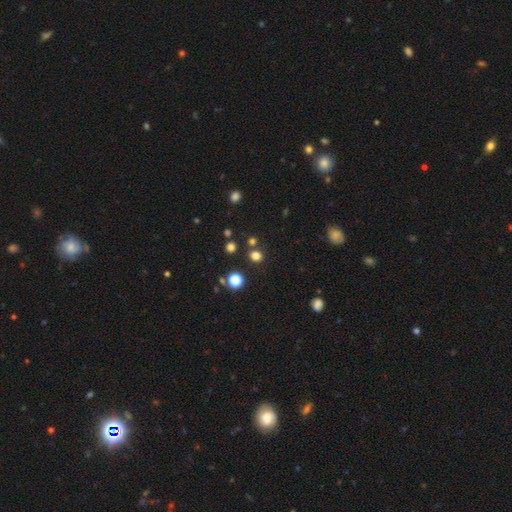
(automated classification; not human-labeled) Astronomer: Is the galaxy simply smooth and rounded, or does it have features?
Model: smooth — 74%.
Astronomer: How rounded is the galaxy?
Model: round — 82%.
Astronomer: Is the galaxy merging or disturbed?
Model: none — 81%.